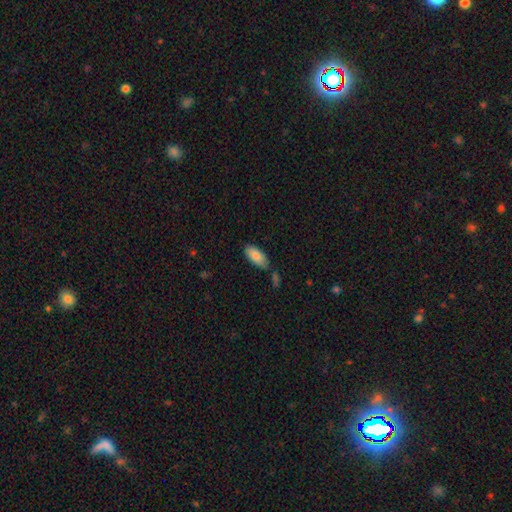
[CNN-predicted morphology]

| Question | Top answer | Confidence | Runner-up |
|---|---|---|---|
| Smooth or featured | smooth | 86% | featured or disk (8%) |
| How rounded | in between | 90% | cigar-shaped (8%) |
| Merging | none | 68% | minor disturbance (19%) |